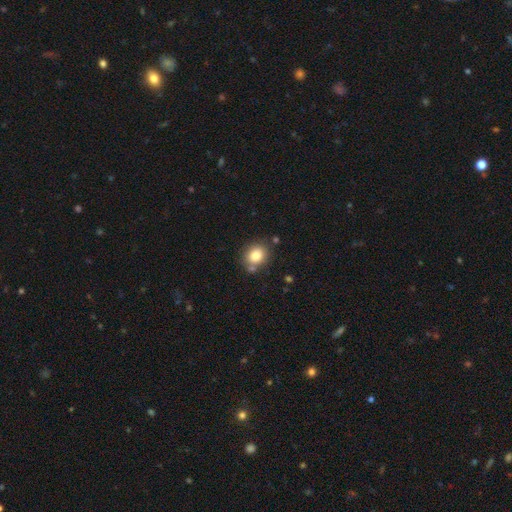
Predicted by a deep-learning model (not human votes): Smooth or featured: smooth — 81% (star or artifact — 10%)
How rounded: round — 63% (in between — 36%)
Merging: none — 72% (minor disturbance — 14%)